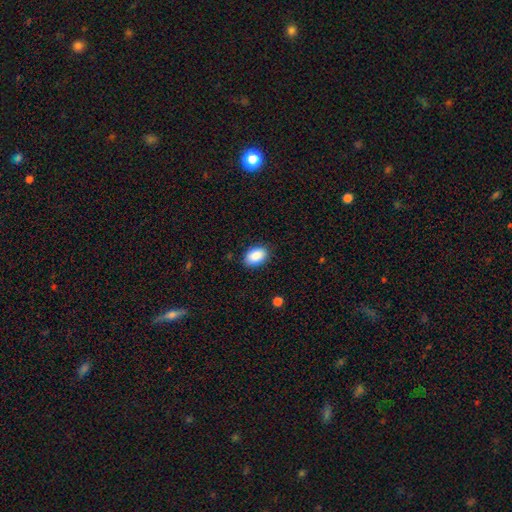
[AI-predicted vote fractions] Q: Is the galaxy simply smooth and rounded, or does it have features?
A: smooth — 89%.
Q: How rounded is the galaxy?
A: in between — 88%.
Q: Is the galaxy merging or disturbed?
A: none — 85%.